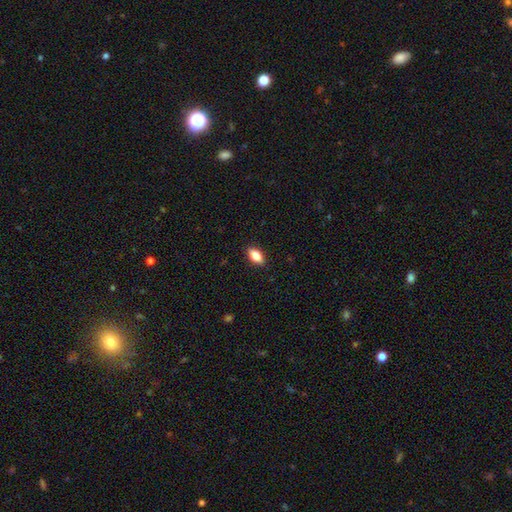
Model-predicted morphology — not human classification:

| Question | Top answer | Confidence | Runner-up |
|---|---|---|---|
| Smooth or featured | smooth | 83% | featured or disk (10%) |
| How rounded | in between | 90% | cigar-shaped (5%) |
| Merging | none | 89% | minor disturbance (8%) |